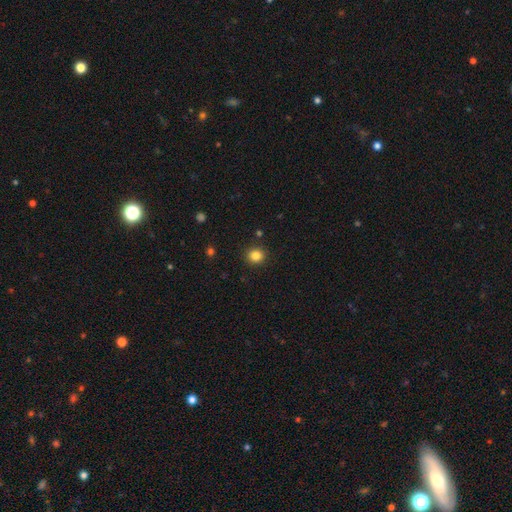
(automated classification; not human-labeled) Q: Smooth or featured?
A: smooth (84%); runner-up: star or artifact (12%)
Q: How rounded?
A: round (89%); runner-up: in between (10%)
Q: Merging?
A: none (91%); runner-up: minor disturbance (6%)